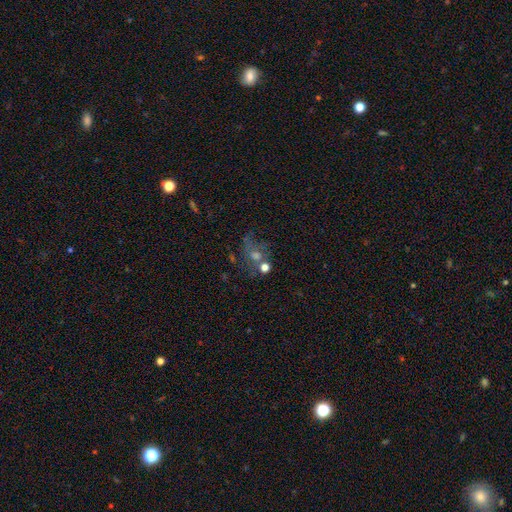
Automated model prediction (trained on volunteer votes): Morphology: type=featured or disk (41%); merging=none (44%).